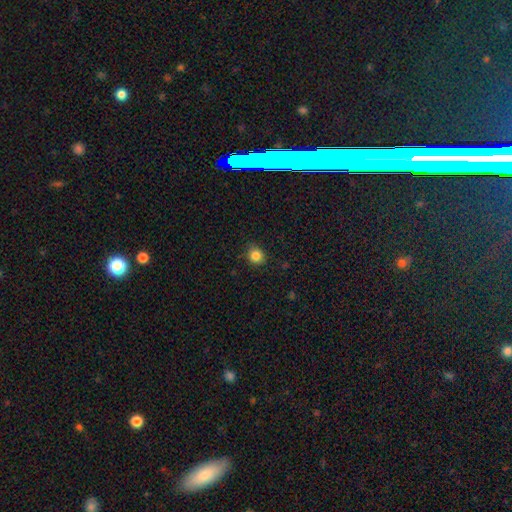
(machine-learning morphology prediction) Smooth or featured? Predicted: smooth (p=0.84). How rounded? Predicted: round (p=0.80). Merging? Predicted: none (p=0.86).